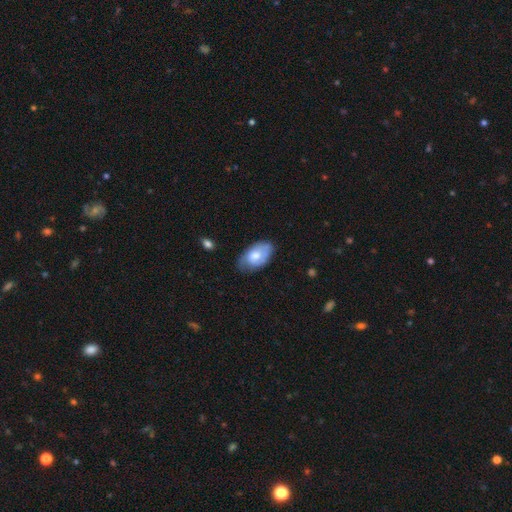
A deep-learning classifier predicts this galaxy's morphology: Smooth or featured?
  - smooth: 59% *
  - featured or disk: 34%
  - star or artifact: 6%
How rounded?
  - in between: 93% *
  - round: 6%
  - cigar-shaped: 2%
Merging?
  - none: 61% *
  - minor disturbance: 30%
  - major disturbance: 7%
  - merger: 2%